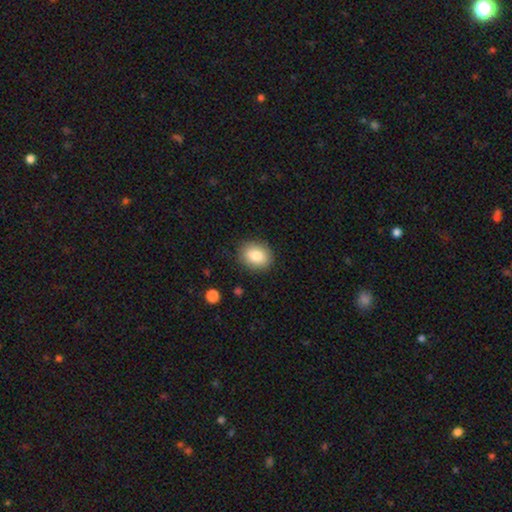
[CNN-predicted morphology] smooth 83%, featured or disk 9%, star or artifact 8%. Down the decision tree: how rounded — in between (55%); merging — none (86%).